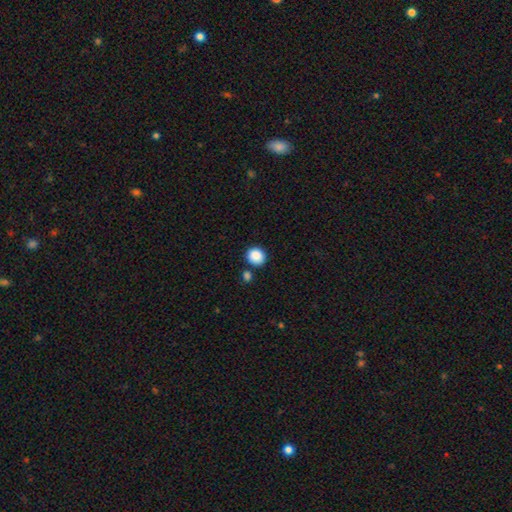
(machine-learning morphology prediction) type=smooth (88%); roundness=round (83%); merging=none (81%).